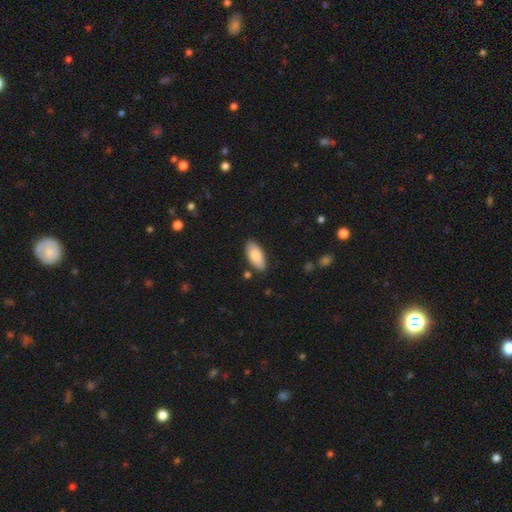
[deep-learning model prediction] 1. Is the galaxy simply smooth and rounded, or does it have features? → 84% smooth, 10% featured or disk, 6% star or artifact.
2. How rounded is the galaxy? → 90% in between, 8% cigar-shaped, 2% round.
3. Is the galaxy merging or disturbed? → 84% none, 12% minor disturbance, 2% merger, 2% major disturbance.